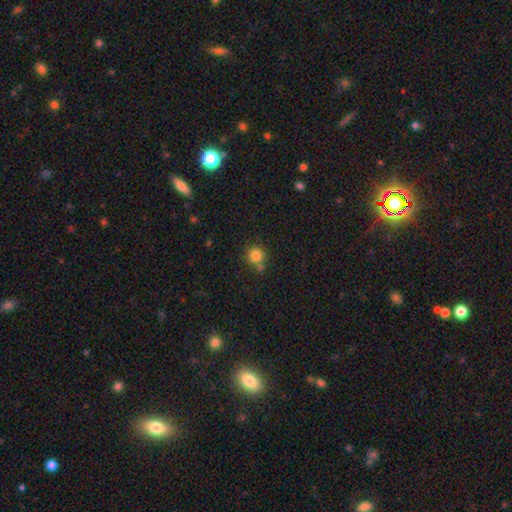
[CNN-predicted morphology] Smooth or featured? smooth (83%)
How rounded? round (91%)
Merging? none (67%)